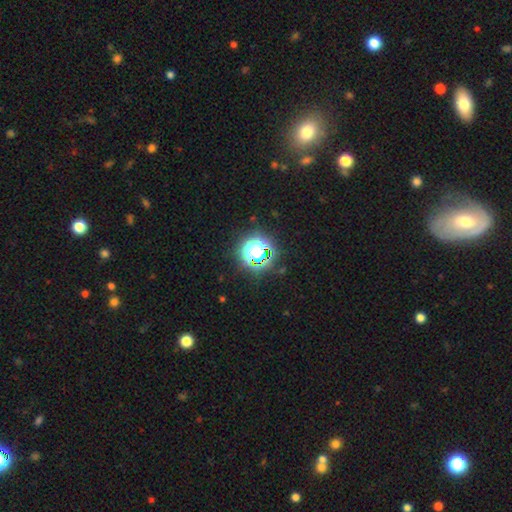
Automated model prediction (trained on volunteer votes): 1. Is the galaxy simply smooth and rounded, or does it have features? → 74% star or artifact, 18% smooth, 8% featured or disk.